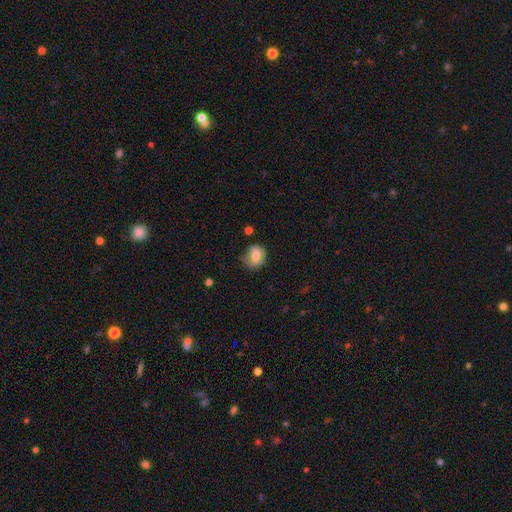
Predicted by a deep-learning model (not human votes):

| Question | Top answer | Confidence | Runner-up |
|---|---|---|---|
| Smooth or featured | smooth | 71% | featured or disk (20%) |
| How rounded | round | 60% | in between (39%) |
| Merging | none | 52% | minor disturbance (31%) |